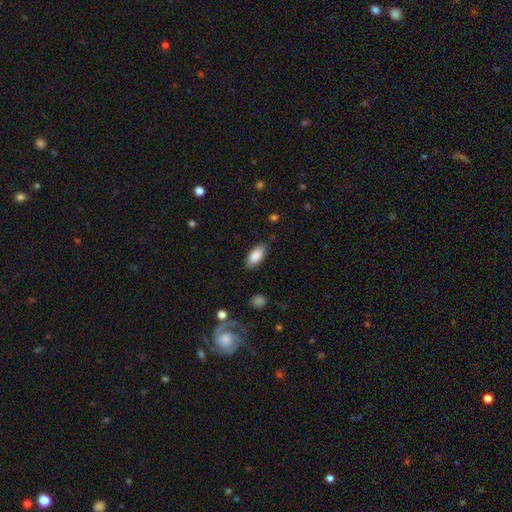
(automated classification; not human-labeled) Smooth or featured? Predicted: smooth (p=0.87). How rounded? Predicted: in between (p=0.87). Merging? Predicted: none (p=0.84).